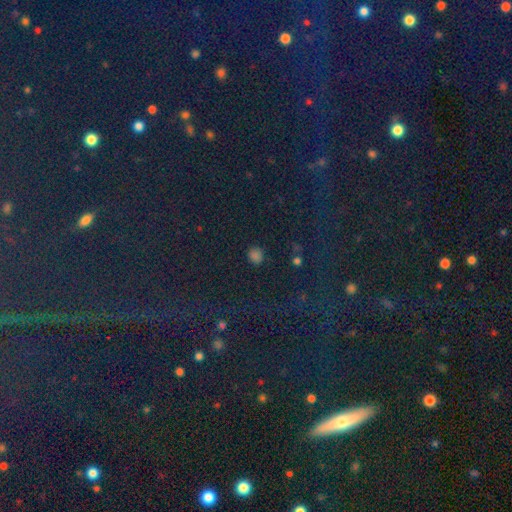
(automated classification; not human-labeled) smooth 70%, star or artifact 25%, featured or disk 4%. Down the decision tree: how rounded — round (80%); merging — none (87%).